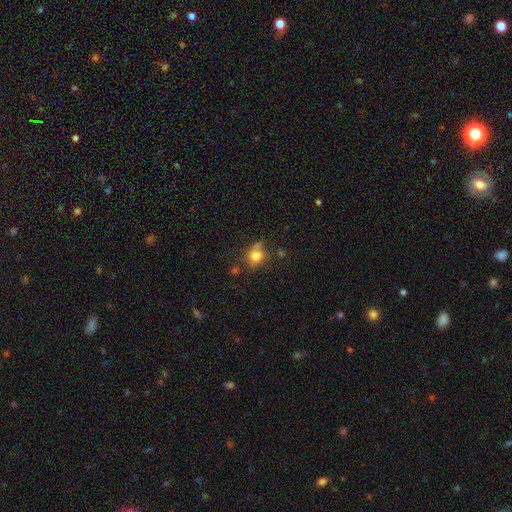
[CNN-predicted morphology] Overall: smooth (79%). How rounded: round (69%; in between 30%). Merging: none (54%; minor disturbance 23%).